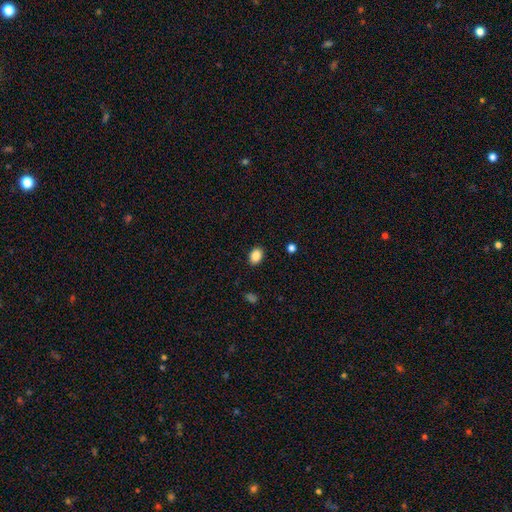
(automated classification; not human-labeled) Q: Smooth or featured?
A: smooth (87%); runner-up: star or artifact (9%)
Q: How rounded?
A: in between (72%); runner-up: round (27%)
Q: Merging?
A: none (89%); runner-up: minor disturbance (8%)